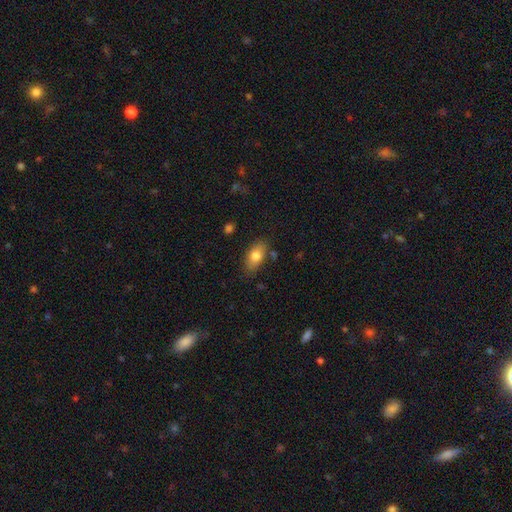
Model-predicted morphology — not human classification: smooth-or-featured: smooth: 79% | featured or disk: 13% | star or artifact: 7%
  how-rounded: in between: 89% | round: 6% | cigar-shaped: 5%
  merging: none: 79% | minor disturbance: 15% | major disturbance: 3% | merger: 3%